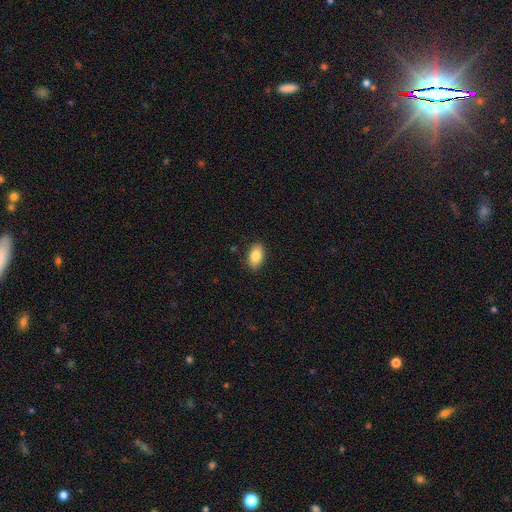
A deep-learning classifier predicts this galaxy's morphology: Smooth or featured: smooth — 85% (featured or disk — 8%)
How rounded: in between — 92% (round — 6%)
Merging: none — 87% (minor disturbance — 9%)